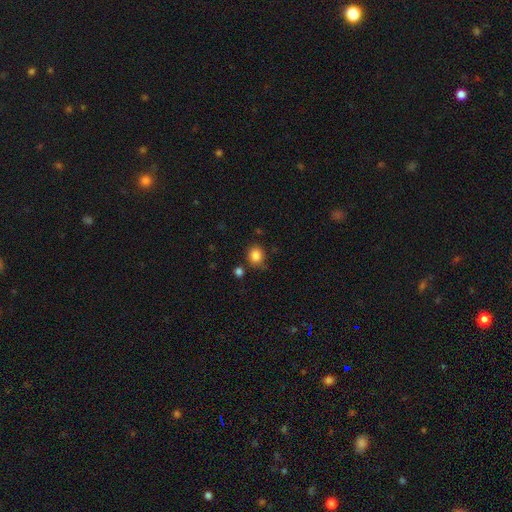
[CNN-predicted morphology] Smooth or featured?
  - smooth: 85% *
  - star or artifact: 10%
  - featured or disk: 5%
How rounded?
  - round: 77% *
  - in between: 22%
  - cigar-shaped: 1%
Merging?
  - none: 77% *
  - minor disturbance: 14%
  - merger: 5%
  - major disturbance: 4%